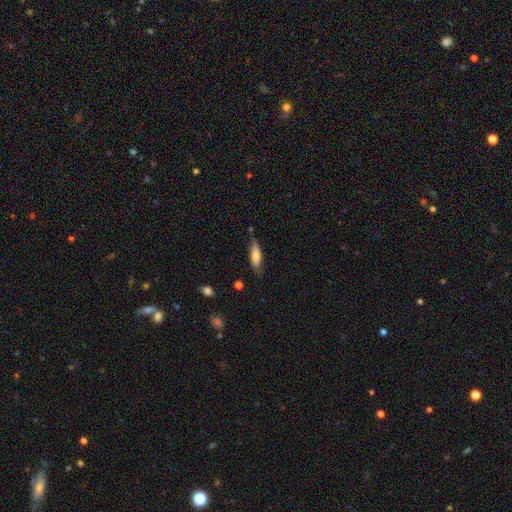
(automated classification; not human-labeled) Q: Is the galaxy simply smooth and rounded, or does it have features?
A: smooth — 68%.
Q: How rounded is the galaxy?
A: cigar-shaped — 50%.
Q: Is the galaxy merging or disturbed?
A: none — 69%.